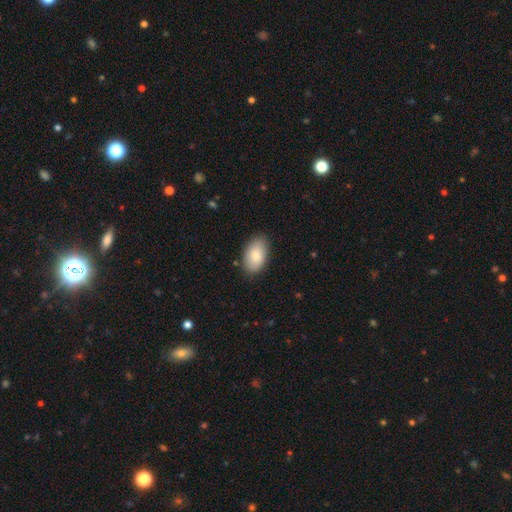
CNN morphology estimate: Smooth or featured? smooth (83%)
How rounded? in between (94%)
Merging? none (84%)